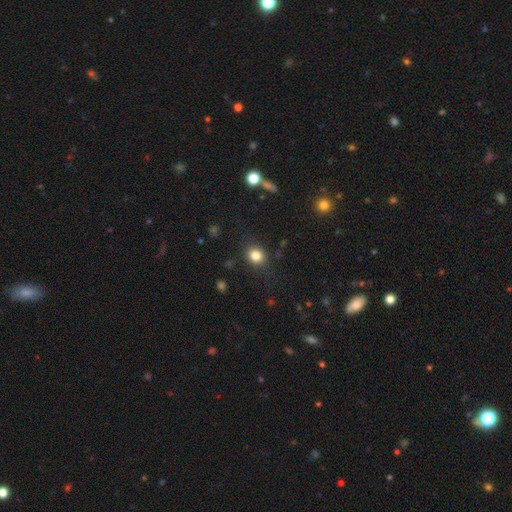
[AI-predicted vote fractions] Morphology: type=smooth (82%); roundness=round (69%); merging=none (84%).